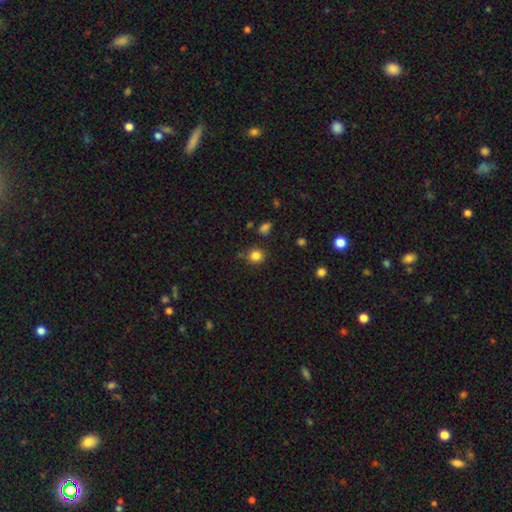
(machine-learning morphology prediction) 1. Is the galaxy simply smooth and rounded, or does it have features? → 83% smooth, 12% star or artifact, 5% featured or disk.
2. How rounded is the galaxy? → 88% round, 11% in between, 1% cigar-shaped.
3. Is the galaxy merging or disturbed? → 82% none, 11% minor disturbance, 4% merger, 3% major disturbance.